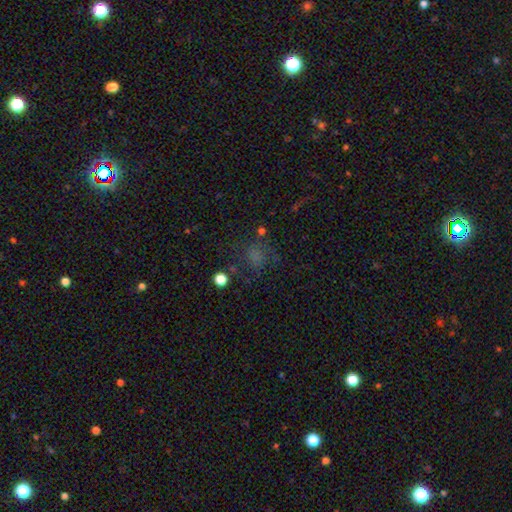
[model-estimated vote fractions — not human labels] Smooth or featured: smooth — 57% (star or artifact — 26%)
How rounded: round — 68% (in between — 30%)
Merging: none — 59% (minor disturbance — 19%)